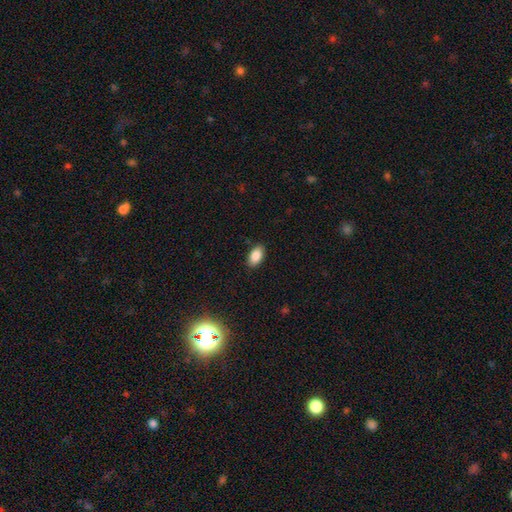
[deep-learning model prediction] A smooth galaxy with no disk features (87%) that is in between round and cigar-shaped (93%).

Vote fractions:
- Smooth or featured? smooth: 87% / star or artifact: 8% / featured or disk: 5%
- How rounded? in between: 93% / round: 4% / cigar-shaped: 3%
- Merging? none: 88% / minor disturbance: 9% / major disturbance: 2% / merger: 1%